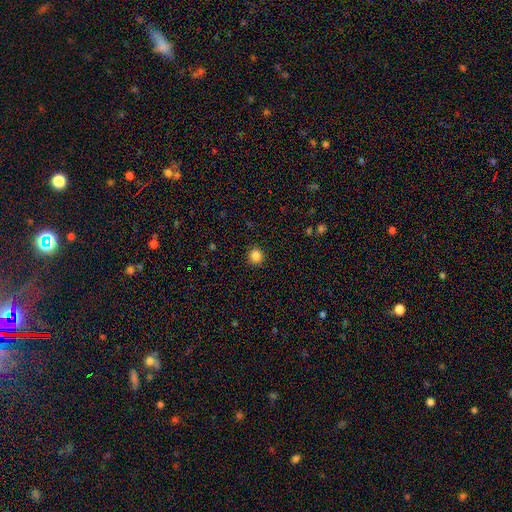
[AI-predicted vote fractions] Smooth or featured? smooth (85%)
How rounded? round (92%)
Merging? none (92%)